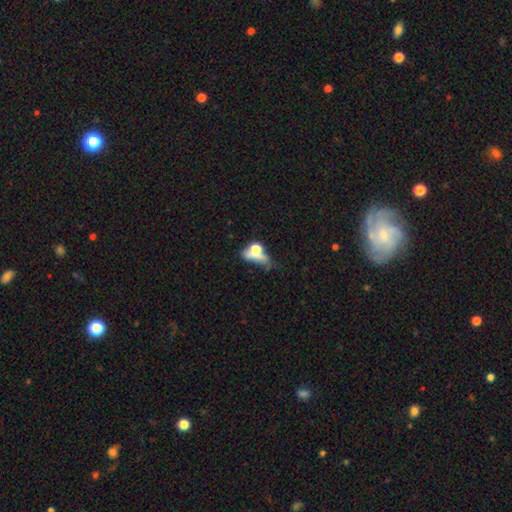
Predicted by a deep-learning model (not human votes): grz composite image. It shows a smooth galaxy with no disk features (56%) that is in between round and cigar-shaped (59%). Merging: major disturbance (36%).